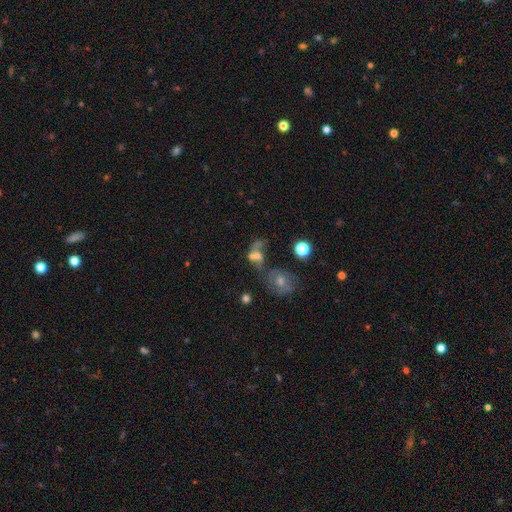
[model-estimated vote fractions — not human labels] Q: Smooth or featured?
A: smooth (50%); runner-up: featured or disk (30%)
Q: How rounded?
A: in between (61%); runner-up: round (35%)
Q: Merging?
A: merger (48%); runner-up: none (22%)